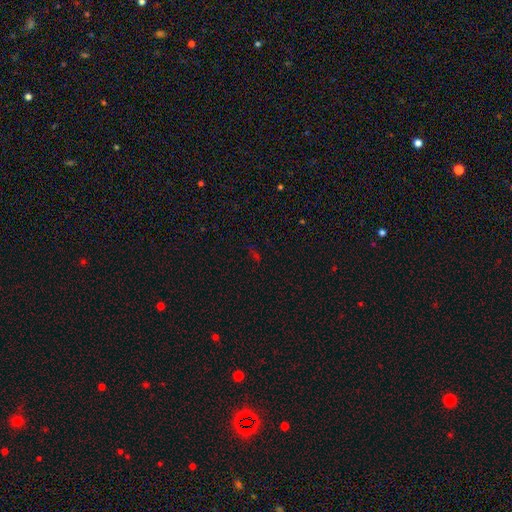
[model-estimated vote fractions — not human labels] The model was most divided on "smooth or featured": star or artifact: 58%, smooth: 32%, featured or disk: 10%.